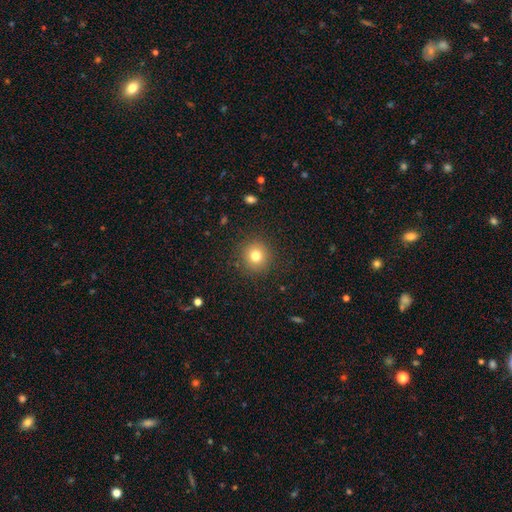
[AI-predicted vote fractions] smooth 78%, star or artifact 13%, featured or disk 9%. Down the decision tree: how rounded — round (93%); merging — none (90%).